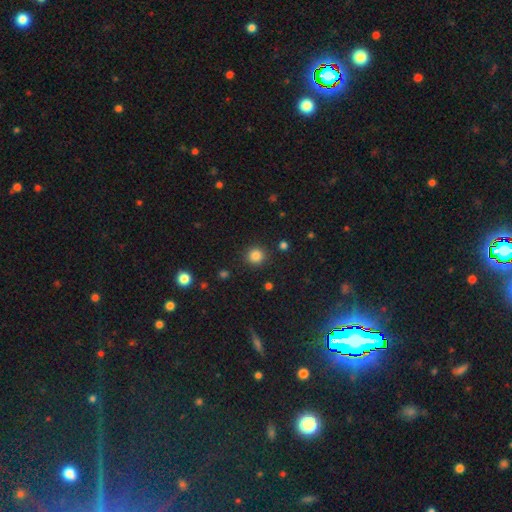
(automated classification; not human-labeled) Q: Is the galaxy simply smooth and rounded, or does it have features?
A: smooth — 84%.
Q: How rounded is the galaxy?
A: round — 93%.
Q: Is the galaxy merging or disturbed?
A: none — 90%.